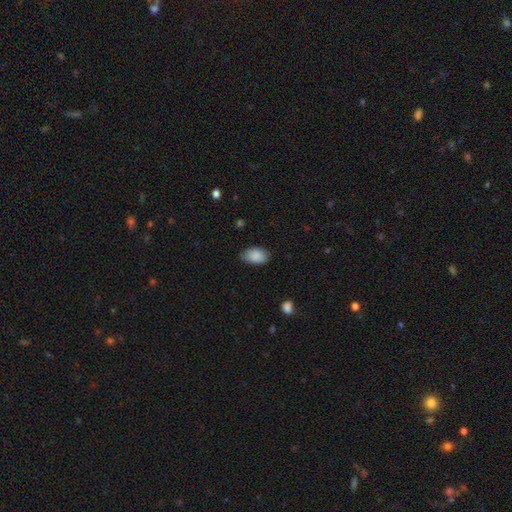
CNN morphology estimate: Smooth or featured? Predicted: smooth (p=0.88). How rounded? Predicted: in between (p=0.92). Merging? Predicted: none (p=0.78).